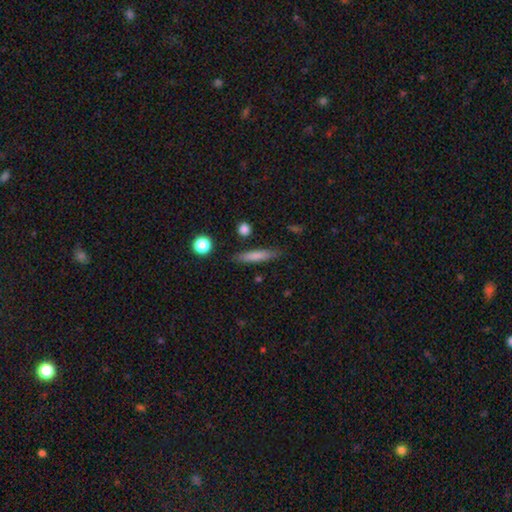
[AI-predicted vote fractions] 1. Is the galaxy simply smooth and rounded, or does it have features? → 75% smooth, 18% featured or disk, 7% star or artifact.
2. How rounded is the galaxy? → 88% cigar-shaped, 10% in between, 2% round.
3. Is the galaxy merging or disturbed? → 85% none, 10% minor disturbance, 2% major disturbance, 2% merger.